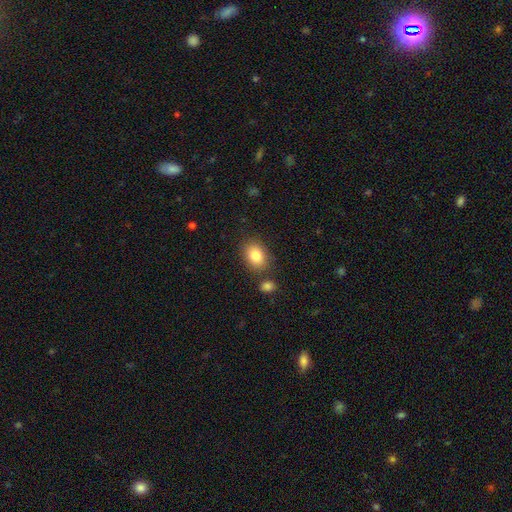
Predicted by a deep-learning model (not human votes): Smooth or featured? Predicted: smooth (p=0.83). How rounded? Predicted: in between (p=0.65). Merging? Predicted: none (p=0.78).